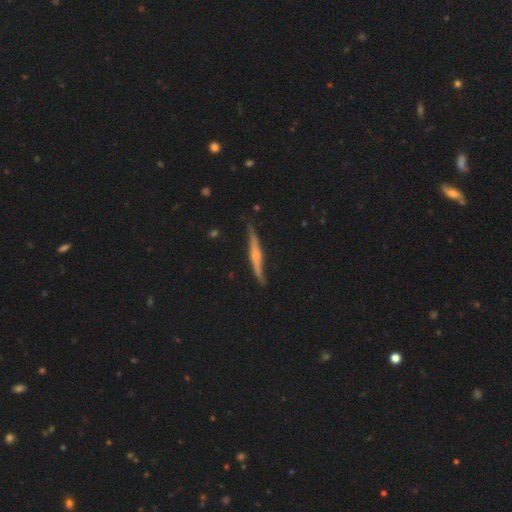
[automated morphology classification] Q: Smooth or featured?
A: featured or disk (67%); runner-up: smooth (27%)
Q: Edge-on disk?
A: yes (95%); runner-up: no (5%)
Q: Edge-on bulge?
A: rounded (53%); runner-up: none (27%)
Q: Merging?
A: none (78%); runner-up: minor disturbance (17%)